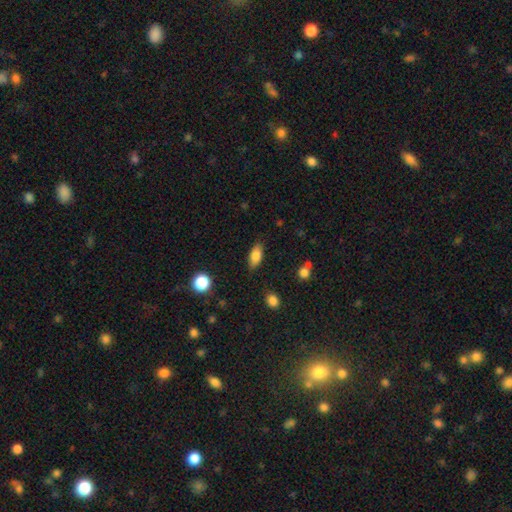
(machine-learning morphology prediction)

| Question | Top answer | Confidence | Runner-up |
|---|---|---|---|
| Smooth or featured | smooth | 81% | featured or disk (11%) |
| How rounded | in between | 85% | cigar-shaped (11%) |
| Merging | none | 84% | minor disturbance (12%) |